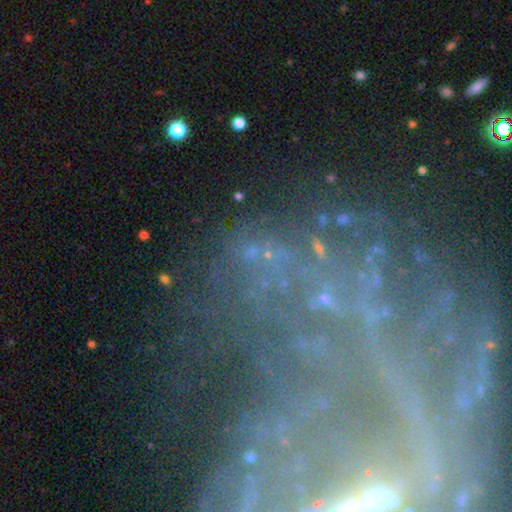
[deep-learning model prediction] Q: Smooth or featured?
A: featured or disk (50%); runner-up: star or artifact (36%)
Q: Merging?
A: none (64%); runner-up: minor disturbance (16%)